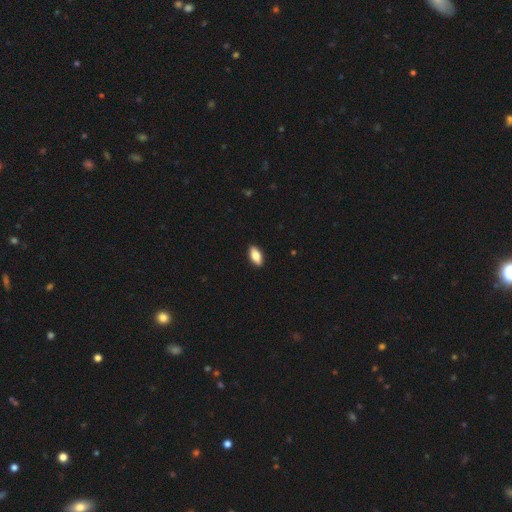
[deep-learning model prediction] This appears to be a smooth galaxy with no disk features (76%) that is in between round and cigar-shaped (86%). Merging: none (90%).